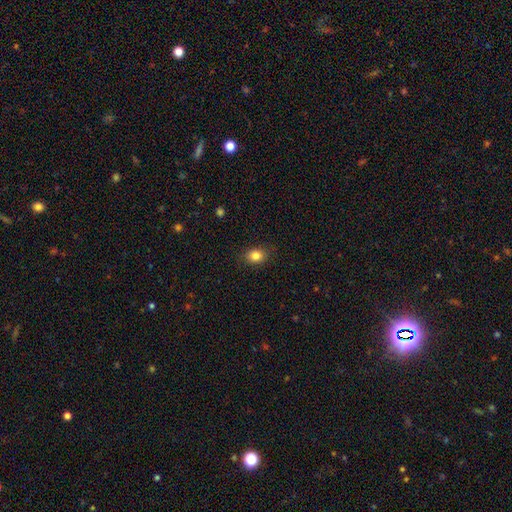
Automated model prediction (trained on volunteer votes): This is clearly a smooth galaxy (84%). How rounded: possibly in between (55%). Merging: clearly none (86%).